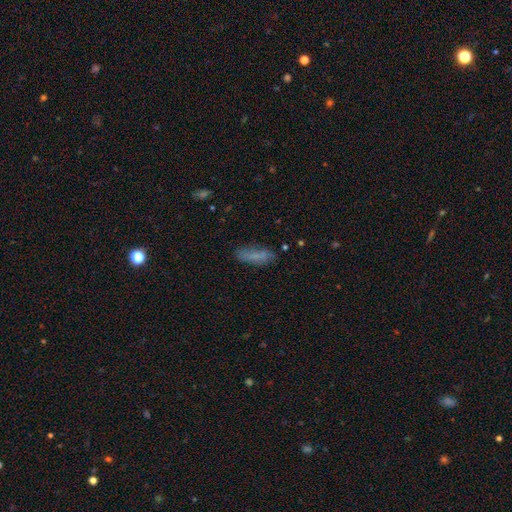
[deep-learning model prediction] smooth-or-featured: smooth: 70% | featured or disk: 20% | star or artifact: 10%
  how-rounded: in between: 50% | cigar-shaped: 48% | round: 2%
  merging: none: 67% | minor disturbance: 22% | major disturbance: 8% | merger: 4%